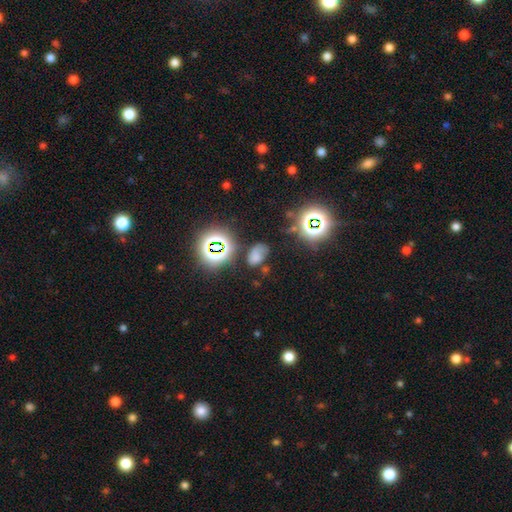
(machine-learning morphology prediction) The model was most divided on "smooth or featured": smooth: 55%, star or artifact: 31%, featured or disk: 14%. More confident: how rounded — in between (84%); merging — none (55%).